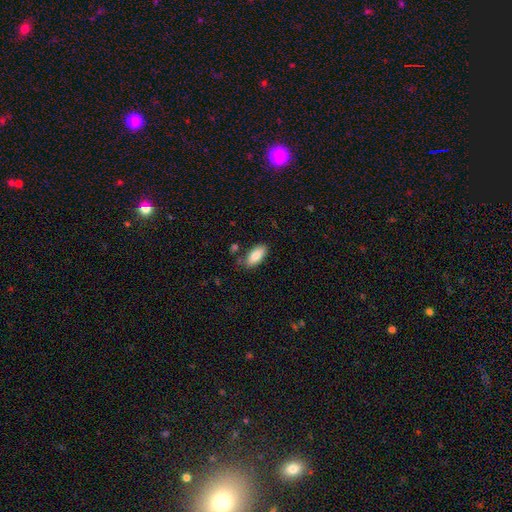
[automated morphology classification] A smooth galaxy with no disk features (84%) that is in between round and cigar-shaped (90%).

Vote fractions:
- Smooth or featured? smooth: 84% / featured or disk: 9% / star or artifact: 7%
- How rounded? in between: 90% / cigar-shaped: 8% / round: 2%
- Merging? none: 76% / minor disturbance: 16% / merger: 5% / major disturbance: 4%